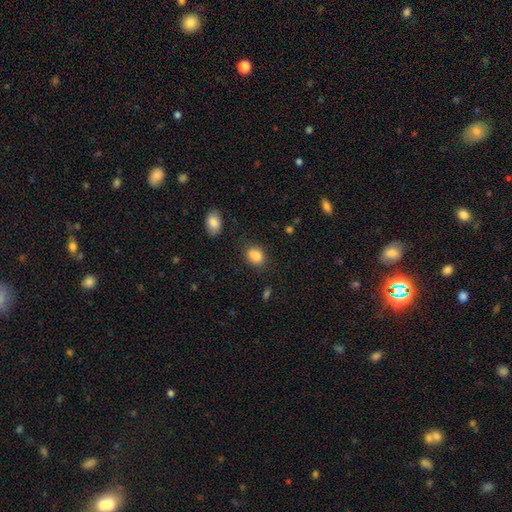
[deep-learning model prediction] Smooth or featured: smooth — 82% (star or artifact — 10%)
How rounded: in between — 57% (round — 42%)
Merging: none — 63% (minor disturbance — 18%)